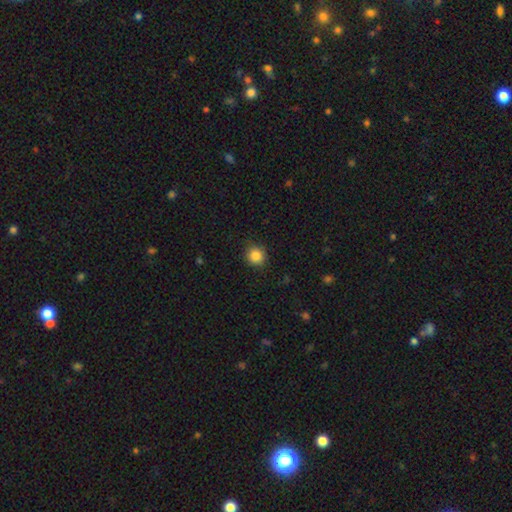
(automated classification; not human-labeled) This appears to be a smooth galaxy with no disk features (85%) that is round (92%). Merging: none (90%).